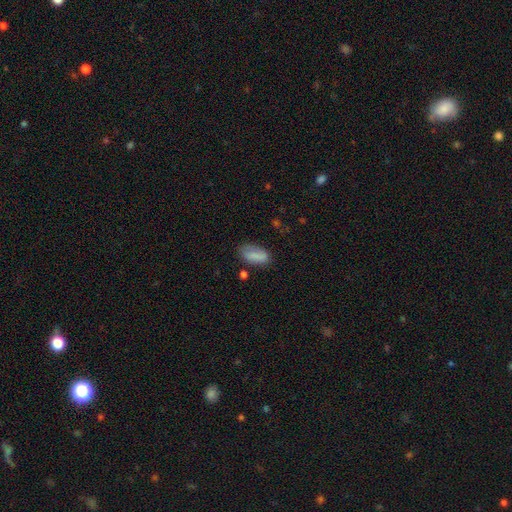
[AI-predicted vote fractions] Q: Smooth or featured?
A: smooth (82%); runner-up: featured or disk (10%)
Q: How rounded?
A: in between (88%); runner-up: cigar-shaped (8%)
Q: Merging?
A: none (67%); runner-up: minor disturbance (22%)